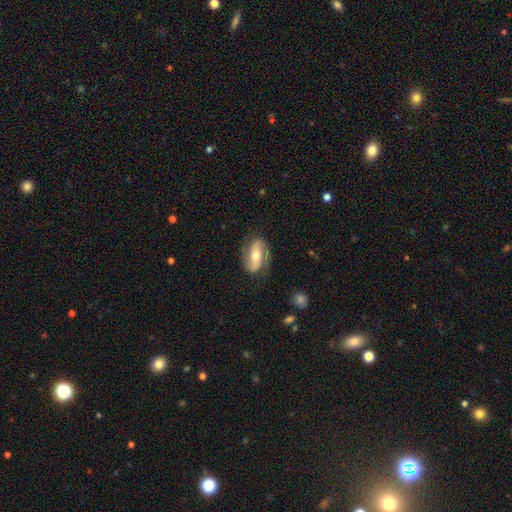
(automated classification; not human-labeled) smooth_or_featured: featured or disk (p=0.73) [alt: smooth p=0.22]
disk_edge_on: no (p=0.92) [alt: yes p=0.08]
bar: strong (p=0.43) [alt: weak p=0.29]
has_spiral_arms: yes (p=0.87) [alt: no p=0.13]
spiral_winding: medium (p=0.40) [alt: loose p=0.36]
spiral_arm_count: 2 (p=0.89) [alt: can't tell p=0.05]
bulge_size: moderate (p=0.68) [alt: small p=0.20]
merging: none (p=0.77) [alt: minor disturbance p=0.15]